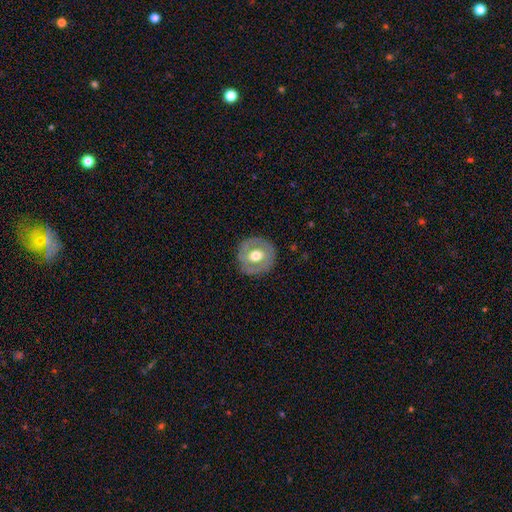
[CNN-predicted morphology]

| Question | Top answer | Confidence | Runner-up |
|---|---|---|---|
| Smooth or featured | featured or disk | 51% | smooth (43%) |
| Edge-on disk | no | 95% | yes (5%) |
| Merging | none | 84% | minor disturbance (11%) |